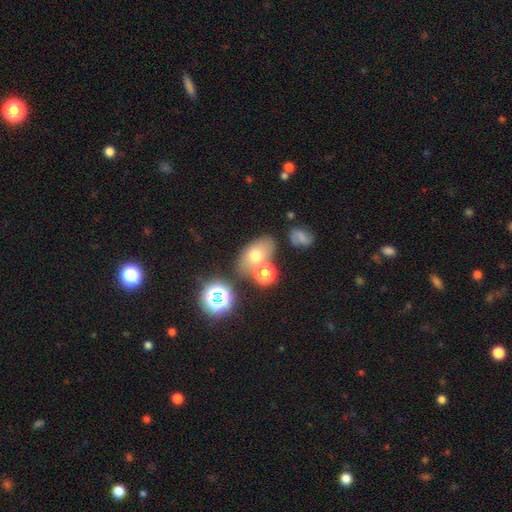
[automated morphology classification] smooth-or-featured: smooth: 62% | featured or disk: 20% | star or artifact: 18%
  how-rounded: in between: 75% | round: 22% | cigar-shaped: 3%
  merging: none: 60% | merger: 23% | minor disturbance: 12% | major disturbance: 5%